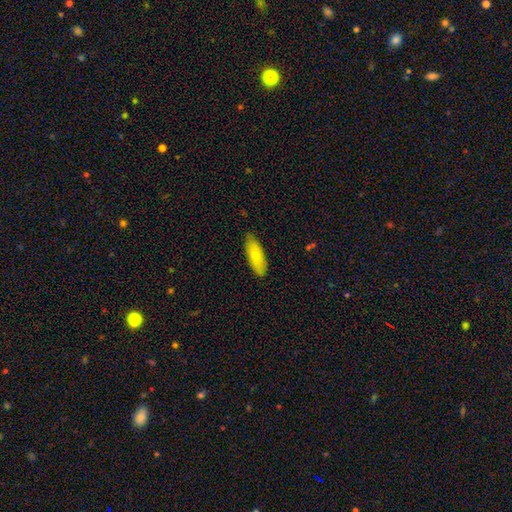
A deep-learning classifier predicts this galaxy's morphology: A smooth galaxy with no disk features (83%) that is in between round and cigar-shaped (64%). Merging: none (83%).